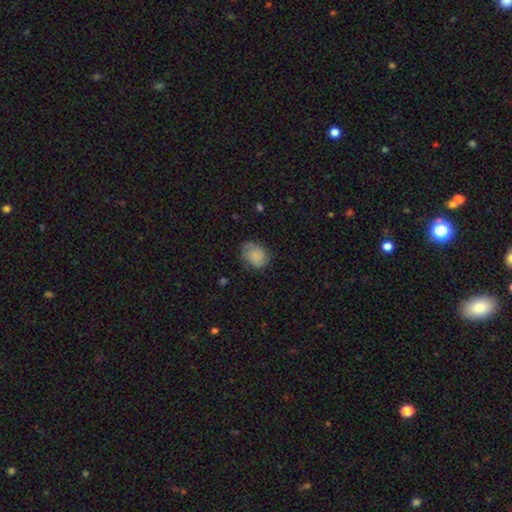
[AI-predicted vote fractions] Overall: smooth (69%). How rounded: in between (50%; round 49%). Merging: none (65%; minor disturbance 25%).